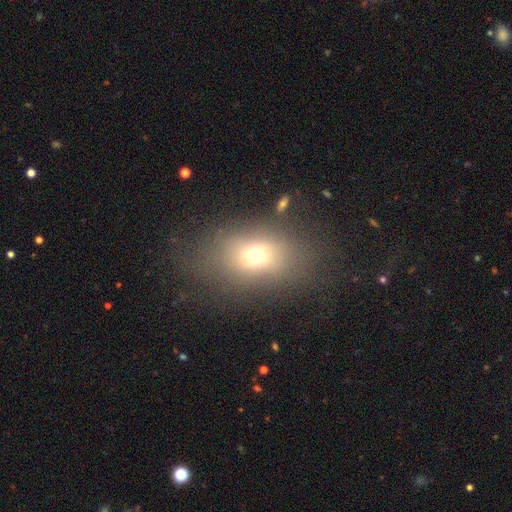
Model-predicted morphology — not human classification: type=smooth (67%); roundness=in between (68%); merging=none (68%).